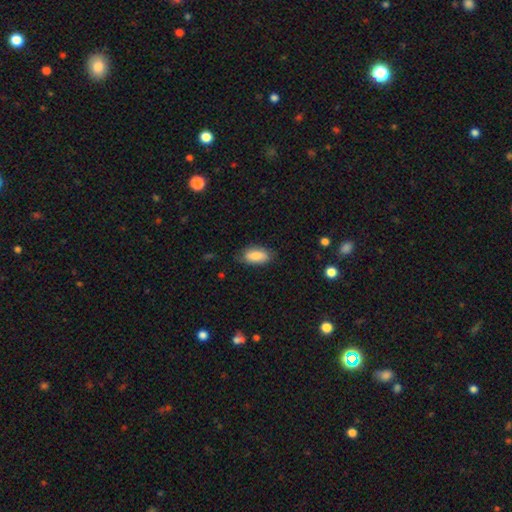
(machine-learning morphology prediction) smooth 83%, featured or disk 10%, star or artifact 6%. Down the decision tree: how rounded — in between (91%); merging — none (76%).